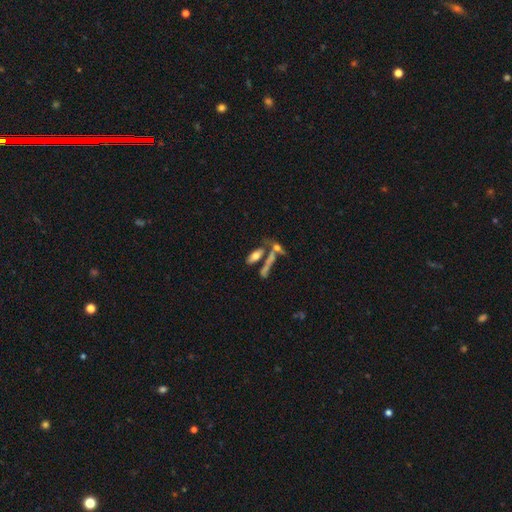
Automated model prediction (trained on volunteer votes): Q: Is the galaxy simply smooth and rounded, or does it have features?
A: smooth — 65%.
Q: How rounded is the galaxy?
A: in between — 69%.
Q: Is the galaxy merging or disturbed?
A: none — 48%.